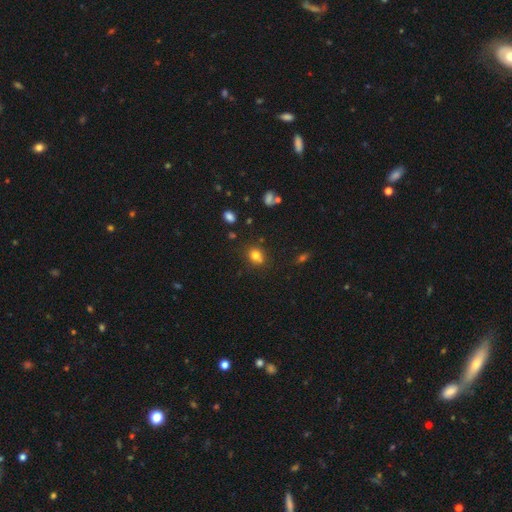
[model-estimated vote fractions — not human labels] Morphology: type=smooth (78%); roundness=round (60%); merging=none (71%).